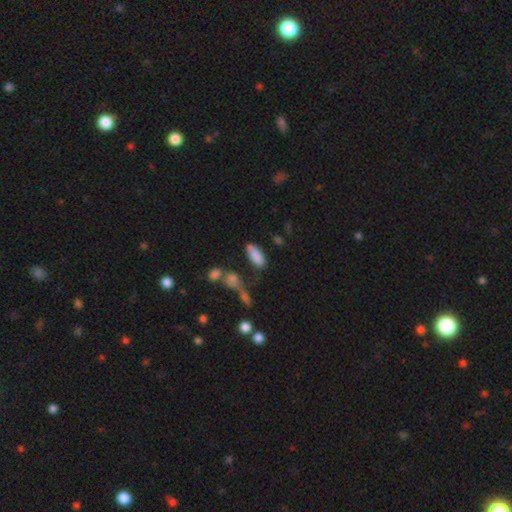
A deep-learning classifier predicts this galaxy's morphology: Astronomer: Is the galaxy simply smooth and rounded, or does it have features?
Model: smooth — 85%.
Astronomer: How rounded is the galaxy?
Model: in between — 80%.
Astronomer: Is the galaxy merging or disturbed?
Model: none — 68%.